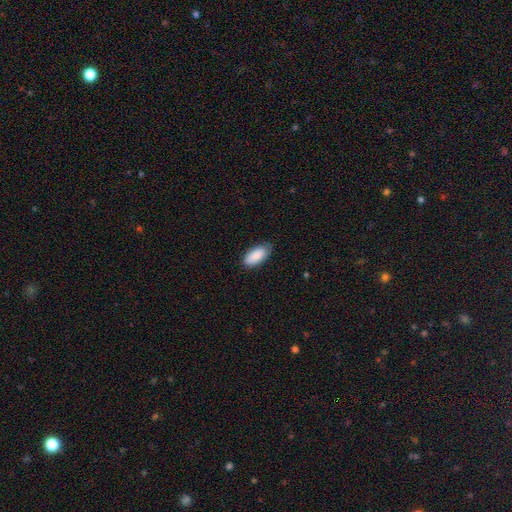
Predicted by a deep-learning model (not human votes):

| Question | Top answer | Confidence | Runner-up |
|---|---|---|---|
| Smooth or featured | smooth | 89% | star or artifact (6%) |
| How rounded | in between | 91% | cigar-shaped (7%) |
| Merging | none | 77% | minor disturbance (20%) |